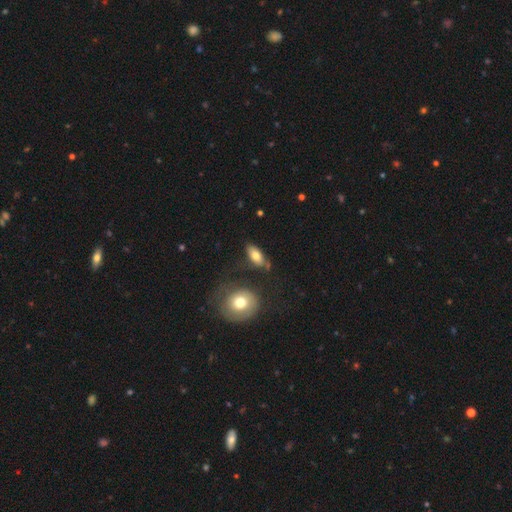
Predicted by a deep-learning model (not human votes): Smooth or featured? Predicted: smooth (p=0.74). How rounded? Predicted: in between (p=0.83). Merging? Predicted: none (p=0.64).